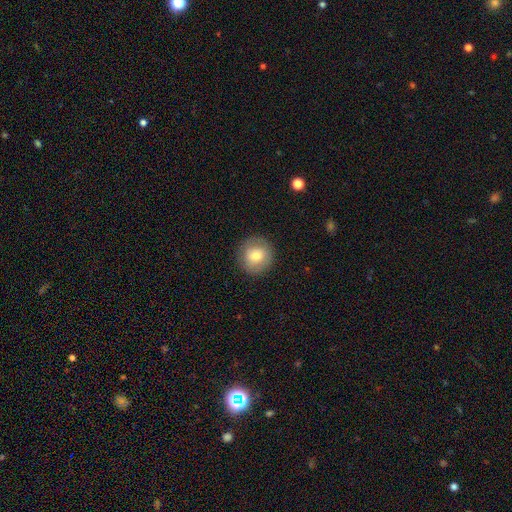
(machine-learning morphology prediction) Smooth or featured?
  - smooth: 71% *
  - featured or disk: 20%
  - star or artifact: 8%
How rounded?
  - round: 91% *
  - in between: 8%
  - cigar-shaped: 1%
Merging?
  - none: 88% *
  - minor disturbance: 9%
  - major disturbance: 3%
  - merger: 1%